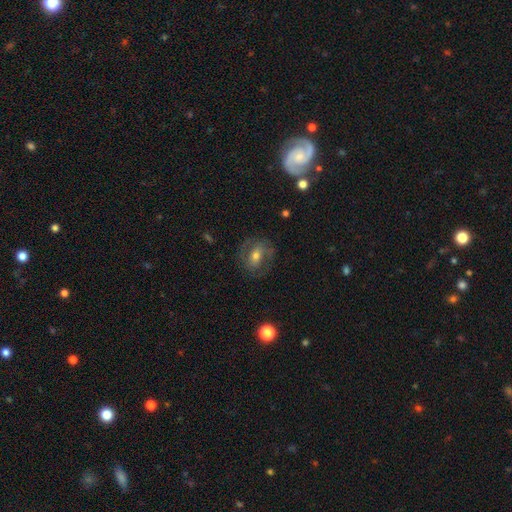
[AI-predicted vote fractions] Smooth or featured?
  - featured or disk: 53% *
  - smooth: 37%
  - star or artifact: 10%
Edge-on disk?
  - no: 94% *
  - yes: 6%
Merging?
  - none: 74% *
  - minor disturbance: 15%
  - major disturbance: 10%
  - merger: 1%